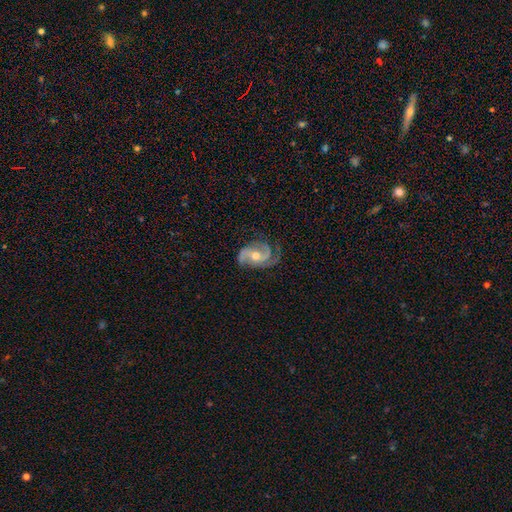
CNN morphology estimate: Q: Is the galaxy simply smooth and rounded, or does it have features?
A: featured or disk — 89%.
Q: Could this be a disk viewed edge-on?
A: no — 97%.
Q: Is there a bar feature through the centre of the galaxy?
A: no — 53%.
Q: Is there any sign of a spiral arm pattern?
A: yes — 98%.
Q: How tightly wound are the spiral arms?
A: medium — 50%.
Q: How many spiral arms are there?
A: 2 — 48%.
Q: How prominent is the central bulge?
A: moderate — 72%.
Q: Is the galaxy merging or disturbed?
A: none — 68%.